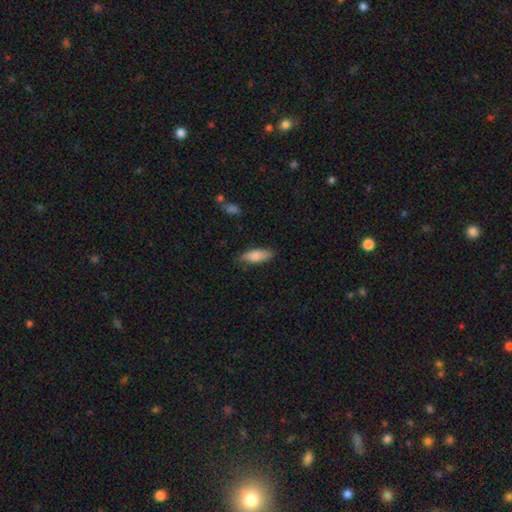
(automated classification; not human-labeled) This appears to be a smooth galaxy with no disk features (84%) that is in between round and cigar-shaped (68%). Merging: none (79%).